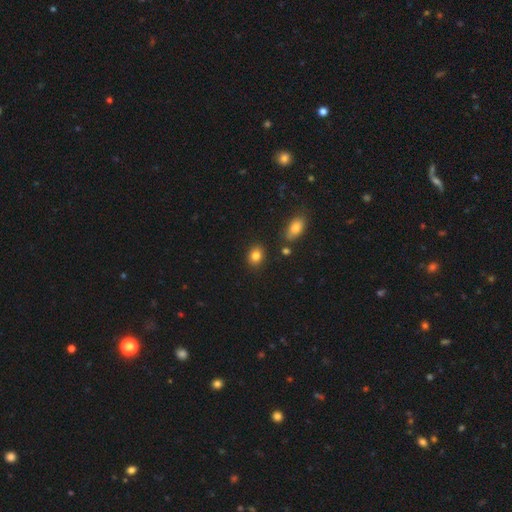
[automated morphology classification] This appears to be a smooth galaxy with no disk features (84%) that is in between round and cigar-shaped (50%). Merging: none (85%).